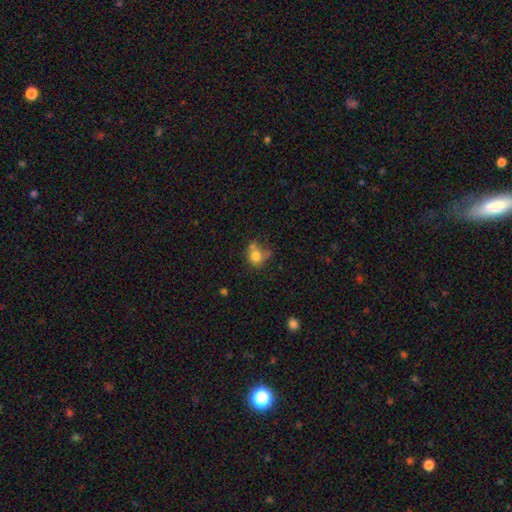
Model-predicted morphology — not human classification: Smooth or featured: smooth — 76% (featured or disk — 12%)
How rounded: round — 66% (in between — 33%)
Merging: none — 41% (minor disturbance — 24%)